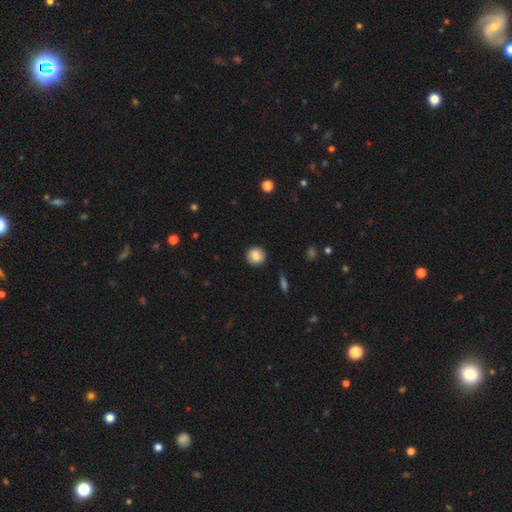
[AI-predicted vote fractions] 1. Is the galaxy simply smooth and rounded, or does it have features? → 84% smooth, 8% star or artifact, 8% featured or disk.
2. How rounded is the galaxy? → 89% round, 10% in between, 1% cigar-shaped.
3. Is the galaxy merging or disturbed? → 88% none, 9% minor disturbance, 2% major disturbance, 1% merger.